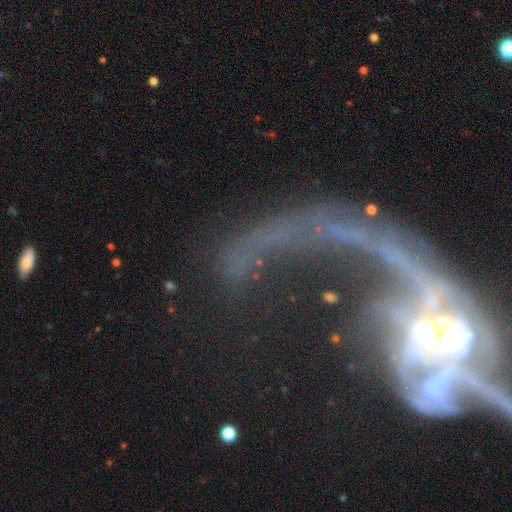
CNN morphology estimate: Smooth or featured?
  - featured or disk: 66% *
  - star or artifact: 19%
  - smooth: 15%
Edge-on disk?
  - no: 86% *
  - yes: 14%
Bar?
  - no: 43% *
  - strong: 30%
  - weak: 27%
Spiral arms?
  - yes: 67% *
  - no: 33%
Bulge size?
  - small: 38% *
  - moderate: 37%
  - none: 12%
  - large: 8%
  - dominant: 5%
Merging?
  - major disturbance: 43% *
  - none: 28%
  - merger: 16%
  - minor disturbance: 13%